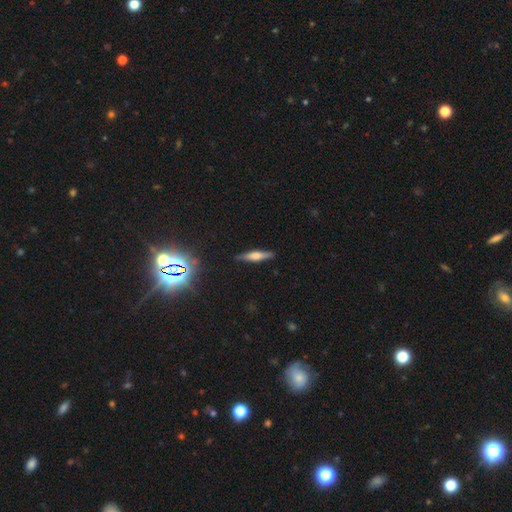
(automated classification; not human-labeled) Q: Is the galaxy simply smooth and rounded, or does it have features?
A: featured or disk — 51%.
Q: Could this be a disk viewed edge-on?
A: yes — 95%.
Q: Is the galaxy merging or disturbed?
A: none — 88%.